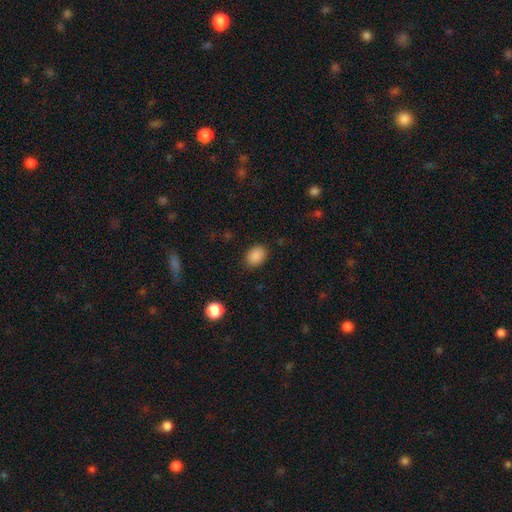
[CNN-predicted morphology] Smooth or featured? smooth (88%)
How rounded? in between (72%)
Merging? none (86%)